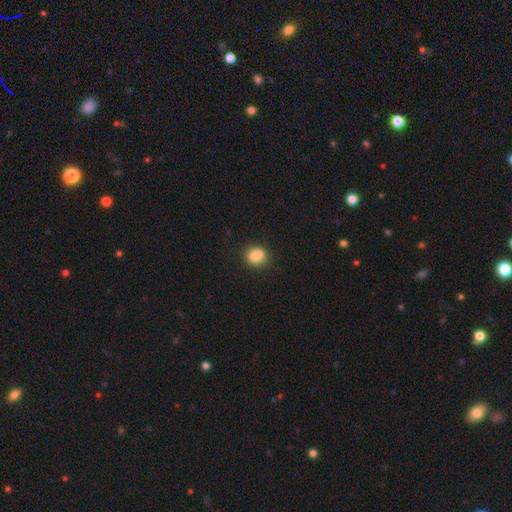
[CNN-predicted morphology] Smooth or featured?
  - smooth: 83% *
  - star or artifact: 10%
  - featured or disk: 7%
How rounded?
  - round: 71% *
  - in between: 28%
  - cigar-shaped: 1%
Merging?
  - none: 70% *
  - minor disturbance: 16%
  - merger: 11%
  - major disturbance: 4%